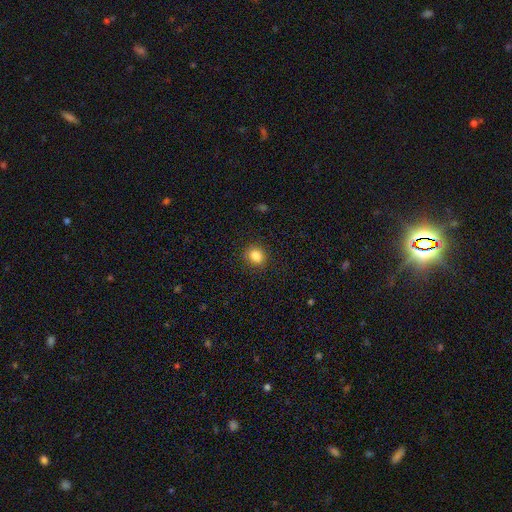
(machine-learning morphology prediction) A smooth galaxy with no disk features (85%) that is round (70%). Merging: none (87%).